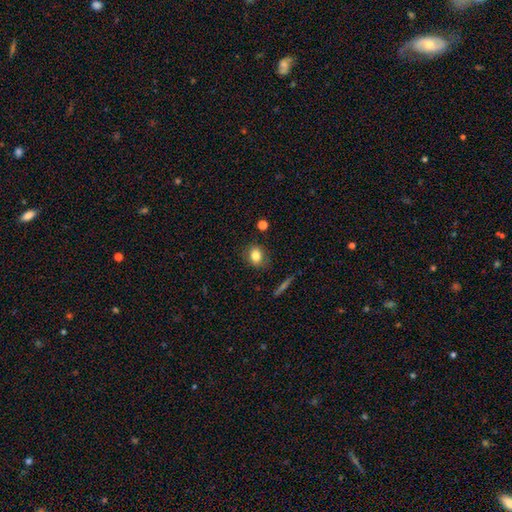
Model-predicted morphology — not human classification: smooth_or_featured: smooth (p=0.80) [alt: featured or disk p=0.10]
how_rounded: round (p=0.53) [alt: in between p=0.45]
merging: none (p=0.82) [alt: minor disturbance p=0.12]